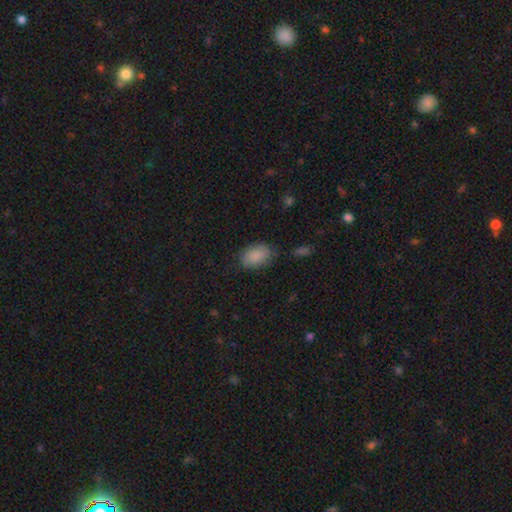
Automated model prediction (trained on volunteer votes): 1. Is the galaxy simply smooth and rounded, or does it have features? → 87% smooth, 7% star or artifact, 6% featured or disk.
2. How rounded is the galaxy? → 89% in between, 9% round, 1% cigar-shaped.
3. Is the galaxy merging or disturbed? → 74% none, 18% minor disturbance, 5% major disturbance, 2% merger.